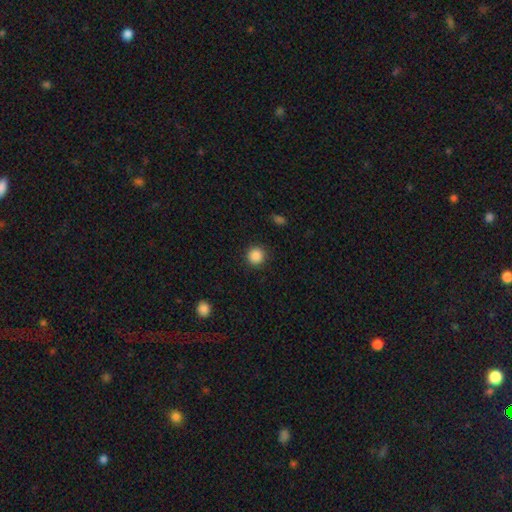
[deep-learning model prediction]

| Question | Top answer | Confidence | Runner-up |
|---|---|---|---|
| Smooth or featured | smooth | 87% | star or artifact (10%) |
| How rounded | round | 94% | in between (5%) |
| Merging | none | 91% | minor disturbance (6%) |